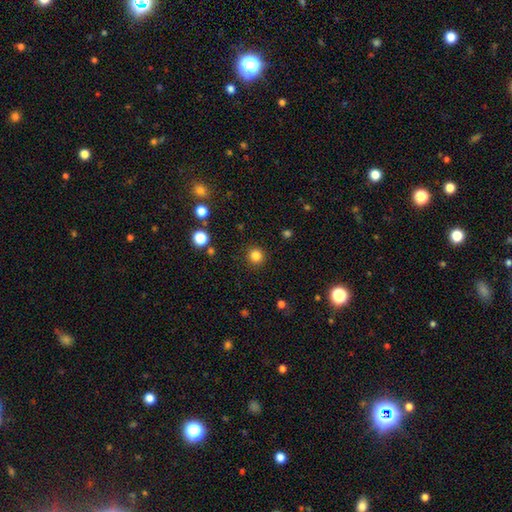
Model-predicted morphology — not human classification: Overall: smooth (83%). How rounded: round (95%). Merging: none (91%).